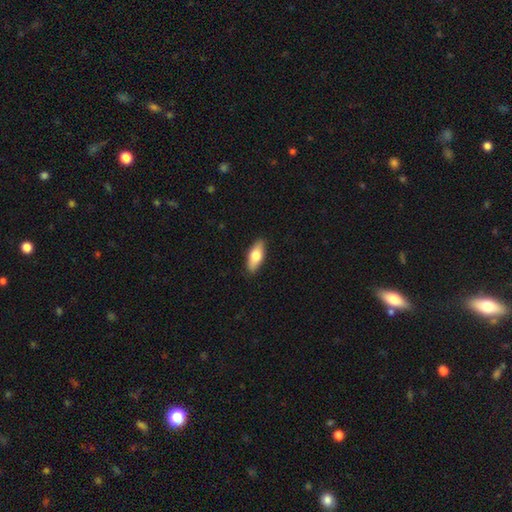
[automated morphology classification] This is likely a smooth galaxy (69%). How rounded: likely in between (76%). Merging: clearly none (89%).